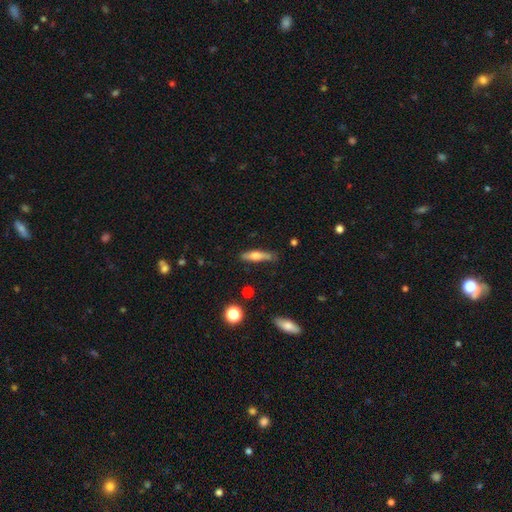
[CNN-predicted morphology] A smooth galaxy with no disk features (61%) that is cigar-shaped (71%). Merging: none (70%).